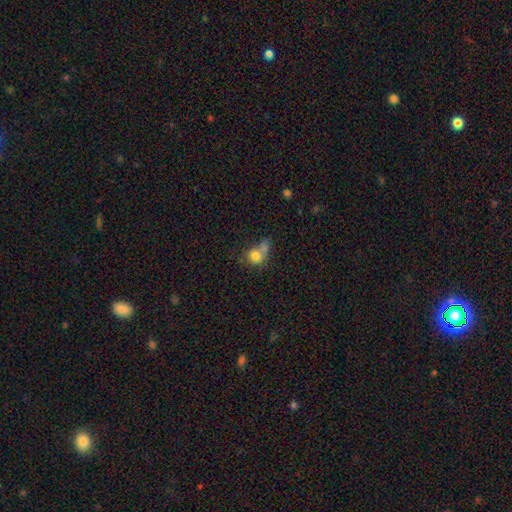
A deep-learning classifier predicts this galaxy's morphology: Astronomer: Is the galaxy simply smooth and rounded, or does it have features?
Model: smooth — 76%.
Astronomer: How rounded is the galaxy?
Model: round — 73%.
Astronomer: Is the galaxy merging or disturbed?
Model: merger — 48% (runner-up: none, 28%).